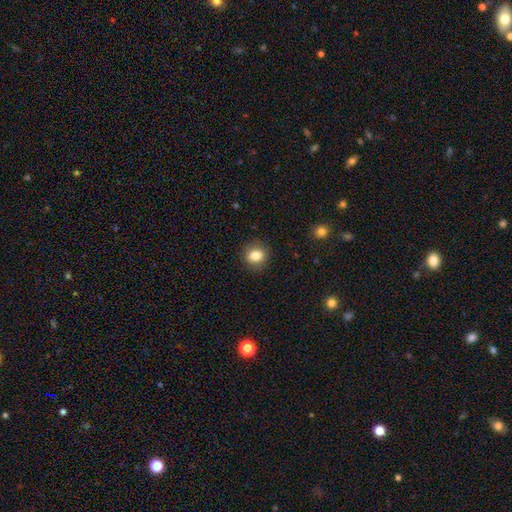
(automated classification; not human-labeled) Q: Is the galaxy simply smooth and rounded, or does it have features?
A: smooth — 83%.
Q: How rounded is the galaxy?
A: round — 70%.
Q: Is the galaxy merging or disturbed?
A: none — 87%.